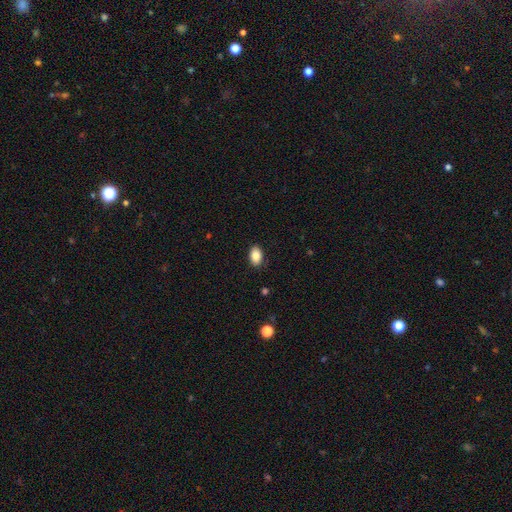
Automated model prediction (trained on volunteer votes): This appears to be a smooth galaxy with no disk features (85%) that is in between round and cigar-shaped (88%). Merging: none (87%).